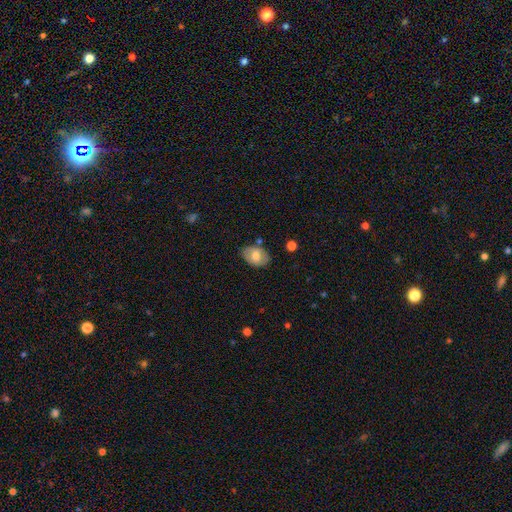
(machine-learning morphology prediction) Overall: smooth (69%). How rounded: in between (80%). Merging: none (77%).